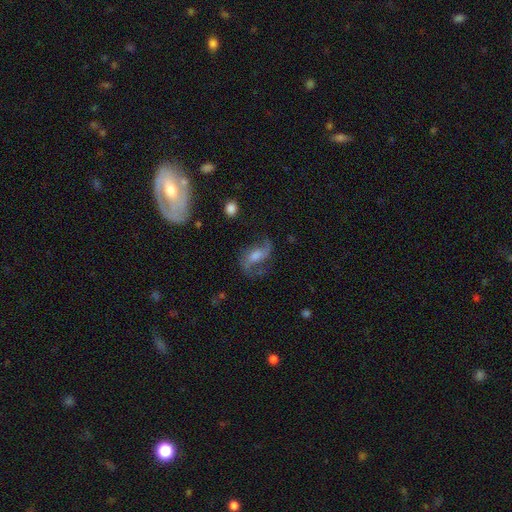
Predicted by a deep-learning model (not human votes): The model was most divided on "bar": weak: 44%, no: 33%, strong: 24%. Remaining: edge-on disk — no (94%); spiral arms — yes (93%); spiral arm count — 2 (88%); smooth or featured — featured or disk (77%); merging — none (64%); spiral winding — loose (59%); bulge size — moderate (47%).